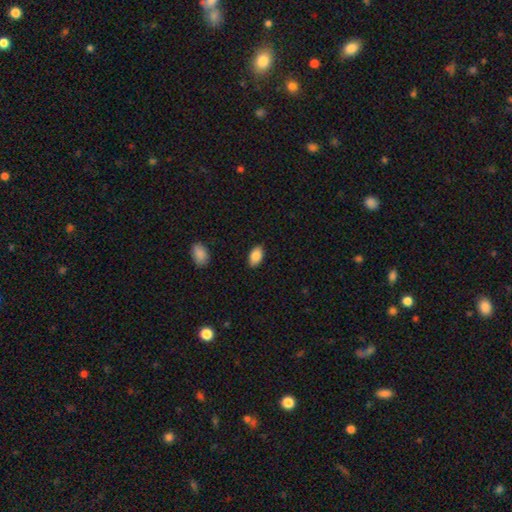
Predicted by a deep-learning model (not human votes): smooth 86%, star or artifact 7%, featured or disk 6%. Down the decision tree: how rounded — in between (93%); merging — none (87%).